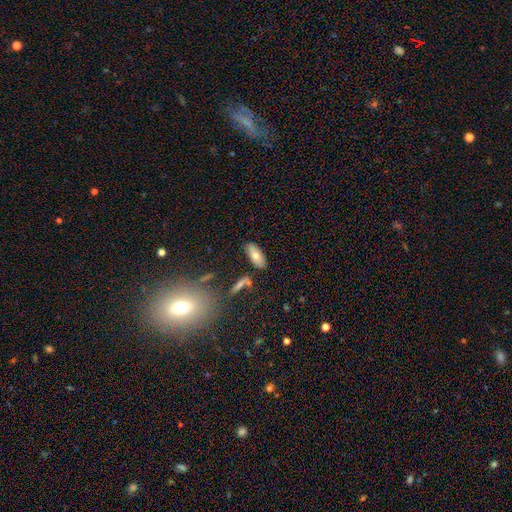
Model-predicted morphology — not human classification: A smooth galaxy with no disk features (72%) that is in between round and cigar-shaped (85%).

Vote fractions:
- Smooth or featured? smooth: 72% / featured or disk: 18% / star or artifact: 10%
- How rounded? in between: 85% / cigar-shaped: 12% / round: 3%
- Merging? none: 80% / minor disturbance: 12% / merger: 4% / major disturbance: 3%